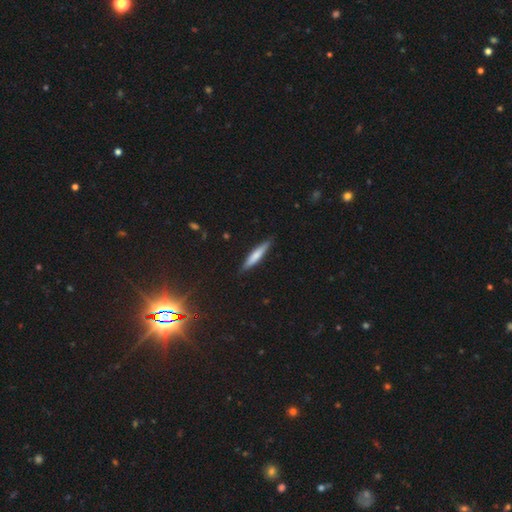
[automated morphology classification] Smooth or featured? smooth (67%)
How rounded? cigar-shaped (90%)
Merging? none (88%)